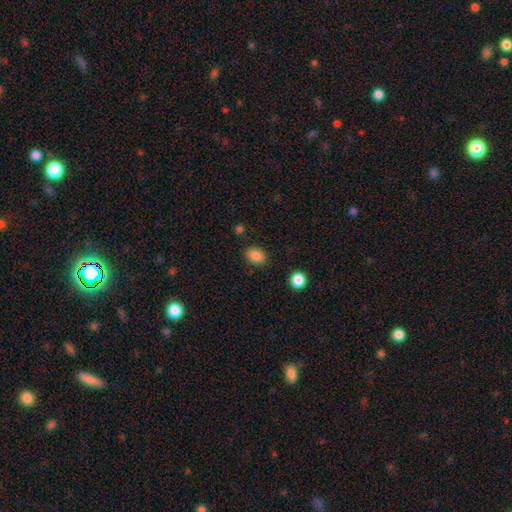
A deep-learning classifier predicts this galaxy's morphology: A smooth galaxy with no disk features (86%) that is in between round and cigar-shaped (59%).

Vote fractions:
- Smooth or featured? smooth: 86% / star or artifact: 10% / featured or disk: 4%
- How rounded? in between: 59% / round: 40% / cigar-shaped: 1%
- Merging? none: 86% / minor disturbance: 9% / major disturbance: 3% / merger: 2%